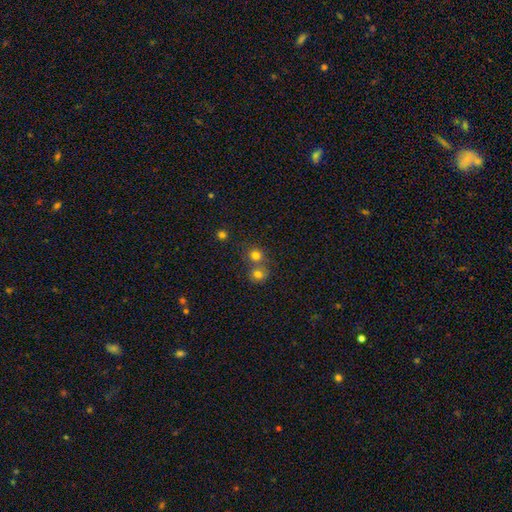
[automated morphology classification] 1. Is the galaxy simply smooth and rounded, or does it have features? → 75% smooth, 16% star or artifact, 9% featured or disk.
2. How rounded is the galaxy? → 84% round, 15% in between, 1% cigar-shaped.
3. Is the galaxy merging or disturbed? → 51% none, 40% merger, 7% minor disturbance, 3% major disturbance.